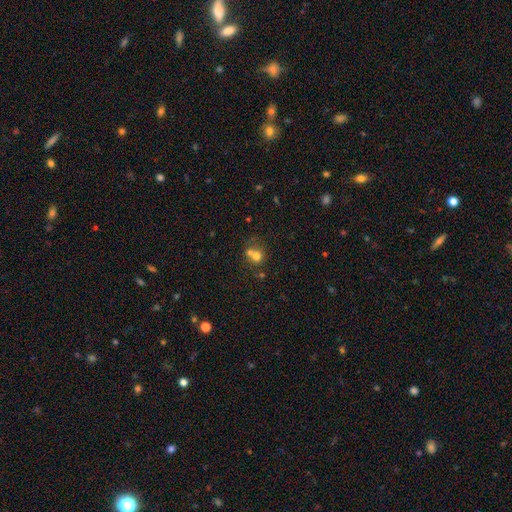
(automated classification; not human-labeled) Morphology: type=smooth (67%); roundness=round (79%); merging=merger (55%).